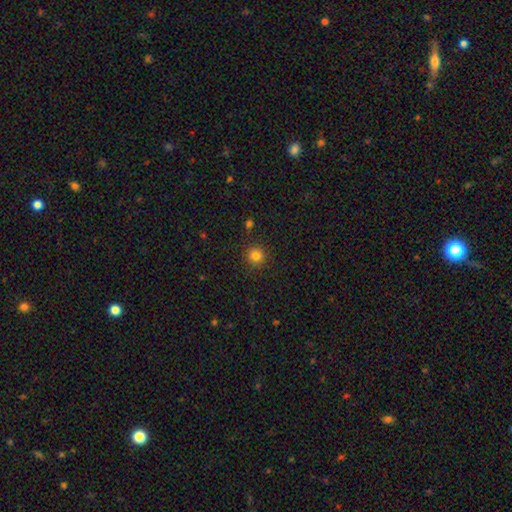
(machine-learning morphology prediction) The model was most divided on "smooth or featured": smooth: 82%, star or artifact: 13%, featured or disk: 5%. More confident: how rounded — round (94%); merging — none (90%).